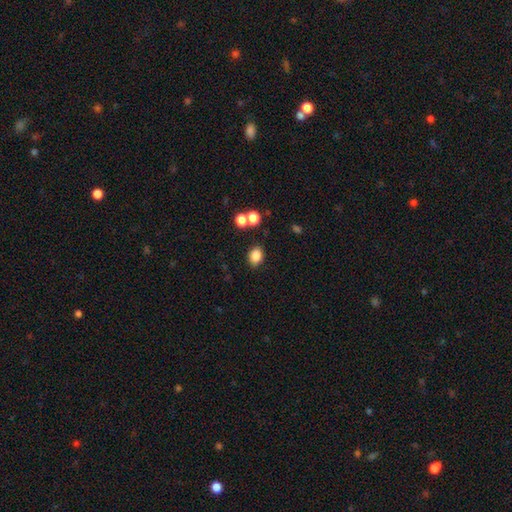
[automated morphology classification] smooth-or-featured: smooth: 84% | star or artifact: 11% | featured or disk: 5%
  how-rounded: in between: 62% | round: 37% | cigar-shaped: 1%
  merging: none: 82% | minor disturbance: 9% | merger: 5% | major disturbance: 3%